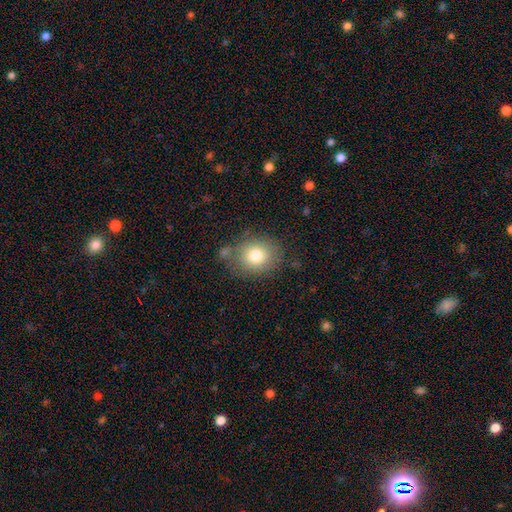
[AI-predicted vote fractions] A smooth galaxy with no disk features (79%) that is round (65%). Merging: none (73%).